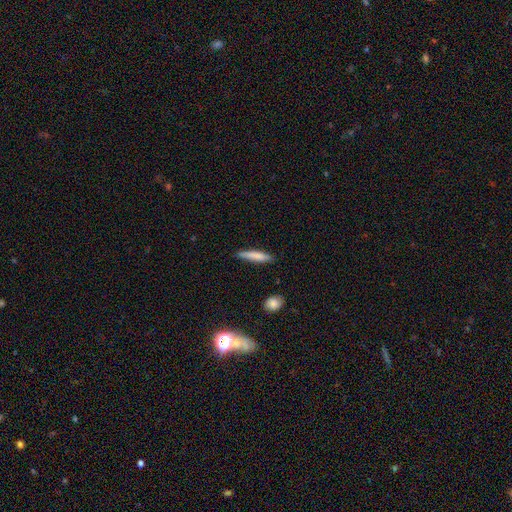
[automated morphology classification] smooth 78%, featured or disk 17%, star or artifact 6%. Down the decision tree: how rounded — cigar-shaped (89%); merging — none (82%).